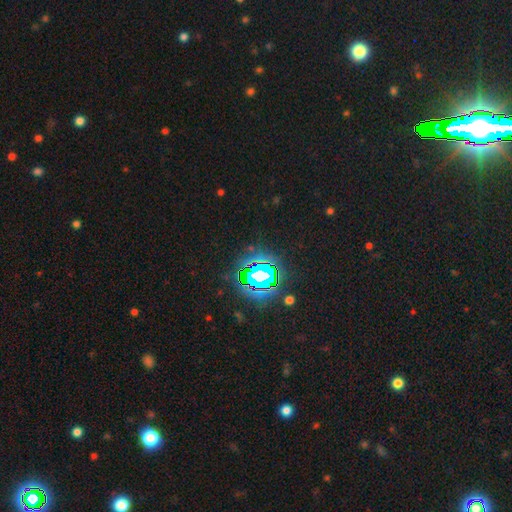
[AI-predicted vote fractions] Smooth or featured? Predicted: star or artifact (p=0.83).